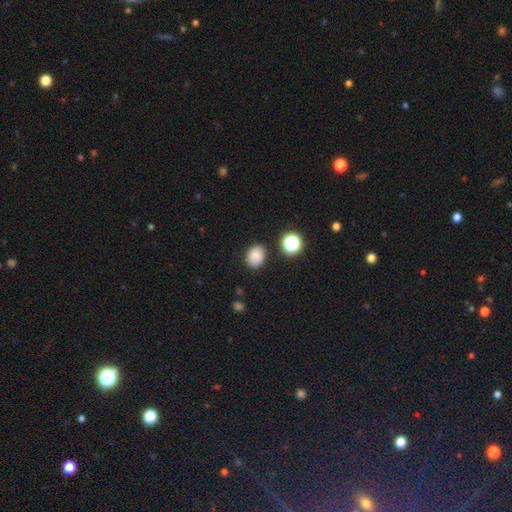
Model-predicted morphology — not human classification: smooth-or-featured: smooth: 82% | star or artifact: 12% | featured or disk: 6%
  how-rounded: in between: 52% | round: 47% | cigar-shaped: 1%
  merging: none: 83% | minor disturbance: 11% | major disturbance: 3% | merger: 3%